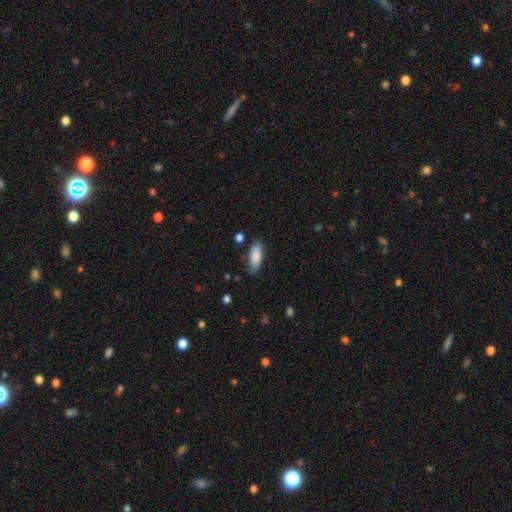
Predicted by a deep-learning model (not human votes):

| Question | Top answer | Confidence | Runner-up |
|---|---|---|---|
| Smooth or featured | smooth | 87% | featured or disk (7%) |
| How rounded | in between | 76% | cigar-shaped (22%) |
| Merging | none | 76% | minor disturbance (18%) |